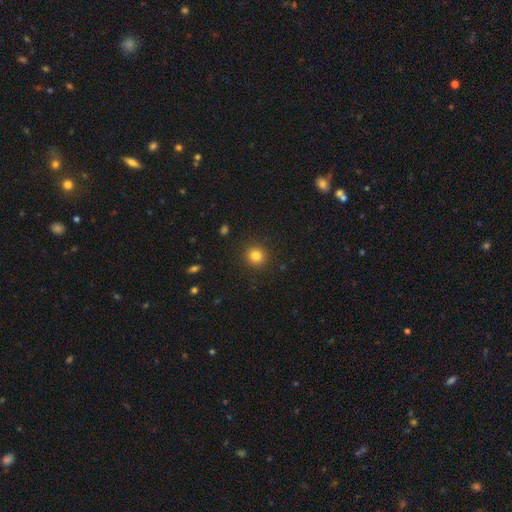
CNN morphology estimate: smooth 82%, star or artifact 13%, featured or disk 5%. Down the decision tree: how rounded — round (93%); merging — none (91%).